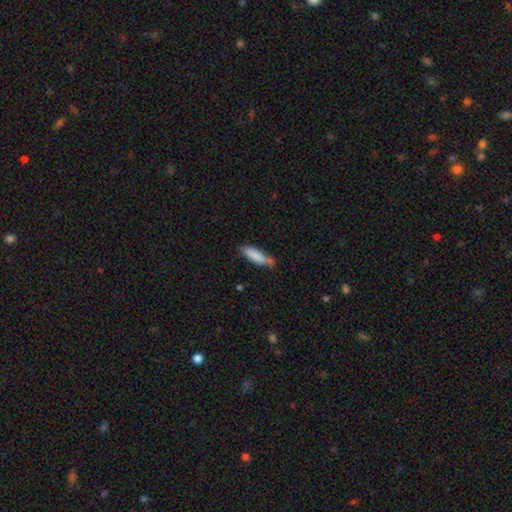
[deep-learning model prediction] A smooth galaxy with no disk features (85%) that is in between round and cigar-shaped (50%). Merging: none (58%).